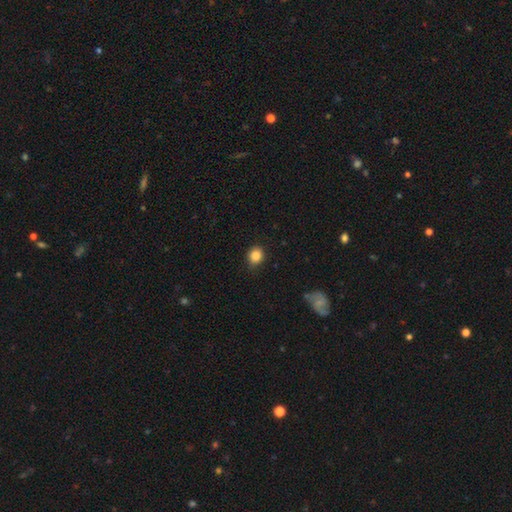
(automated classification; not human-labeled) This is clearly a smooth galaxy (85%). How rounded: likely round (69%). Merging: clearly none (85%).